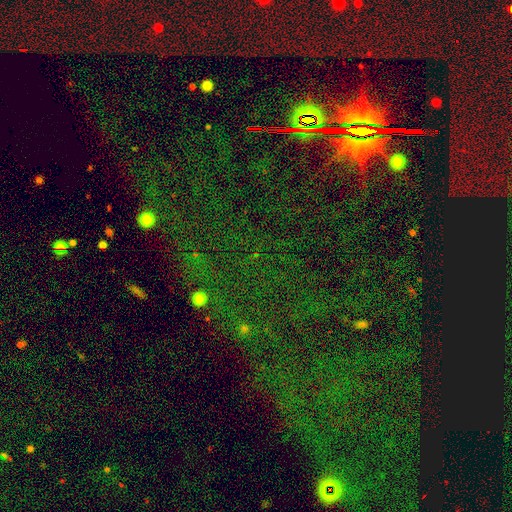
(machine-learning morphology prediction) smooth-or-featured: star or artifact: 82% | smooth: 10% | featured or disk: 8%